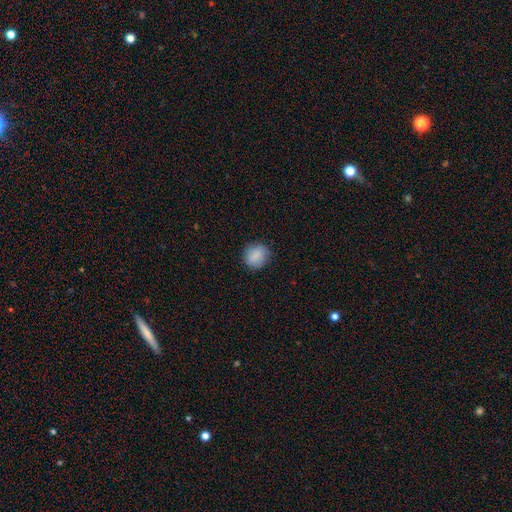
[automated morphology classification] This is clearly a smooth galaxy (86%). How rounded: likely round (75%). Merging: clearly none (84%).